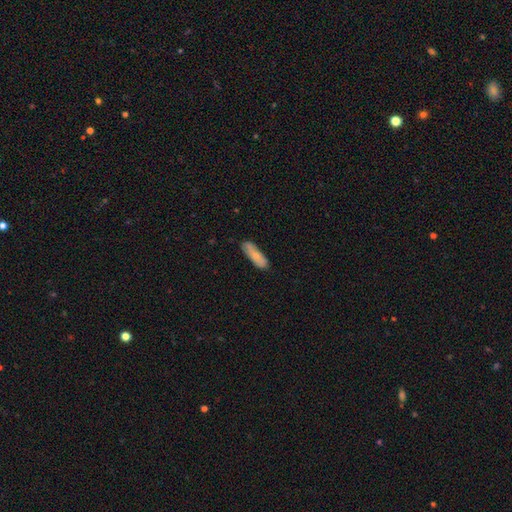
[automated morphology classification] A smooth galaxy with no disk features (78%) that is cigar-shaped (52%). Merging: none (79%).